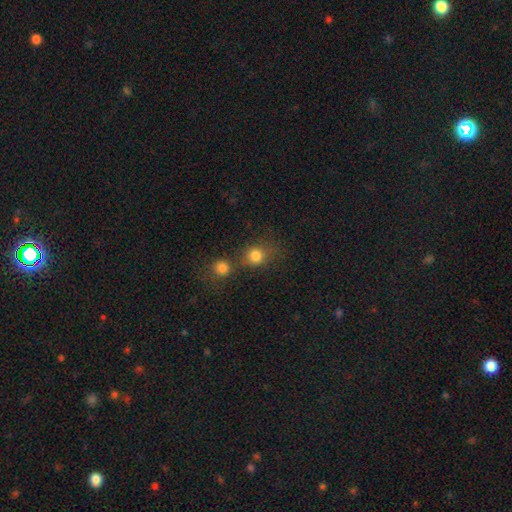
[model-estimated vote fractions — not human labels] This appears to be a smooth galaxy with no disk features (79%) that is round (81%). Merging: none (50%).